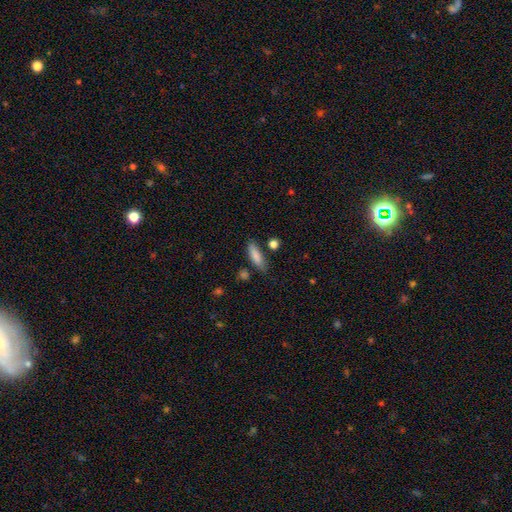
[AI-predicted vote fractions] This appears to be a smooth galaxy with no disk features (84%) that is cigar-shaped (51%). Merging: none (76%).